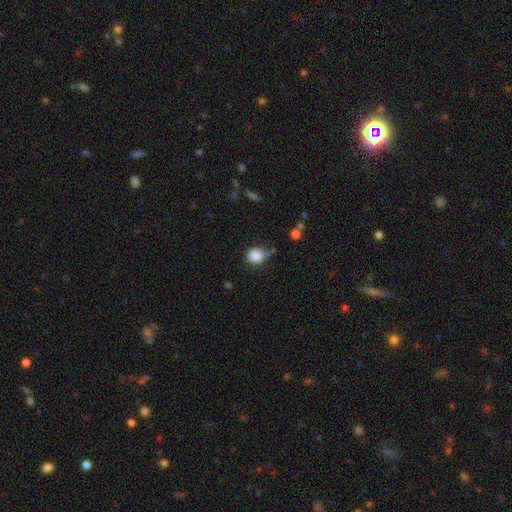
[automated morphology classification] Smooth or featured?
  - smooth: 86% *
  - star or artifact: 9%
  - featured or disk: 5%
How rounded?
  - round: 73% *
  - in between: 26%
  - cigar-shaped: 1%
Merging?
  - none: 56% *
  - minor disturbance: 31%
  - major disturbance: 7%
  - merger: 6%